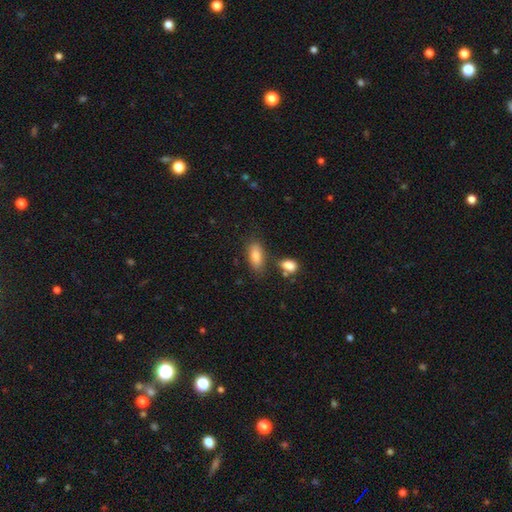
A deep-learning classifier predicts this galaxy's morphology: Smooth or featured?
  - smooth: 82% *
  - featured or disk: 10%
  - star or artifact: 8%
How rounded?
  - in between: 84% *
  - cigar-shaped: 13%
  - round: 4%
Merging?
  - none: 71% *
  - minor disturbance: 15%
  - merger: 10%
  - major disturbance: 4%